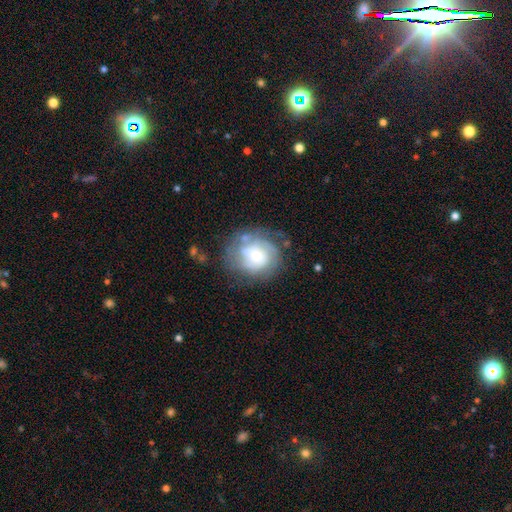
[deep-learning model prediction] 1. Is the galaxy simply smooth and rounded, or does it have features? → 59% featured or disk, 33% smooth, 8% star or artifact.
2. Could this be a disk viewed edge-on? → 97% no, 3% yes.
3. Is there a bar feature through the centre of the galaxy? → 79% no, 18% weak, 3% strong.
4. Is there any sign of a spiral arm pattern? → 74% yes, 26% no.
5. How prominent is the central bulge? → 41% moderate, 40% small, 14% large, 3% none, 3% dominant.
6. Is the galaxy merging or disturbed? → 59% none, 22% minor disturbance, 15% major disturbance, 4% merger.